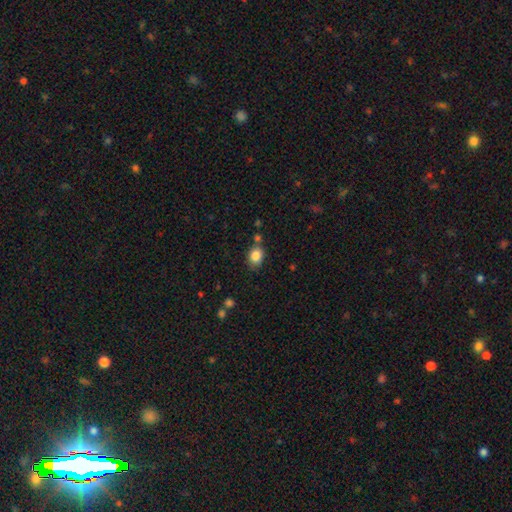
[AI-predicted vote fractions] smooth 85%, star or artifact 10%, featured or disk 6%. Down the decision tree: how rounded — in between (50%); merging — none (73%).